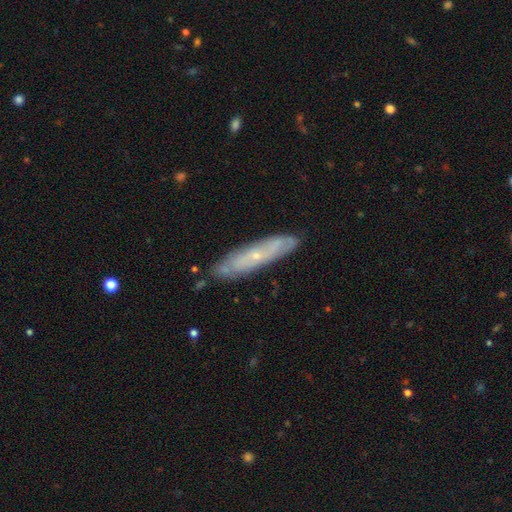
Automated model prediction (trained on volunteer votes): Q: Smooth or featured?
A: featured or disk (62%); runner-up: smooth (31%)
Q: Edge-on disk?
A: no (57%); runner-up: yes (43%)
Q: Merging?
A: none (81%); runner-up: minor disturbance (14%)